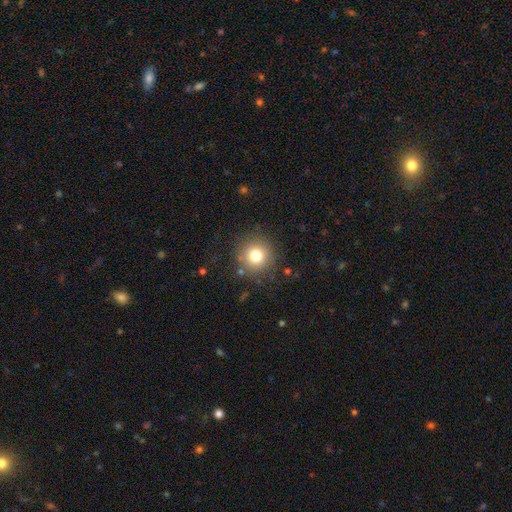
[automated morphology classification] The model was most divided on "smooth or featured": smooth: 77%, star or artifact: 13%, featured or disk: 10%. More confident: how rounded — round (95%); merging — none (86%).